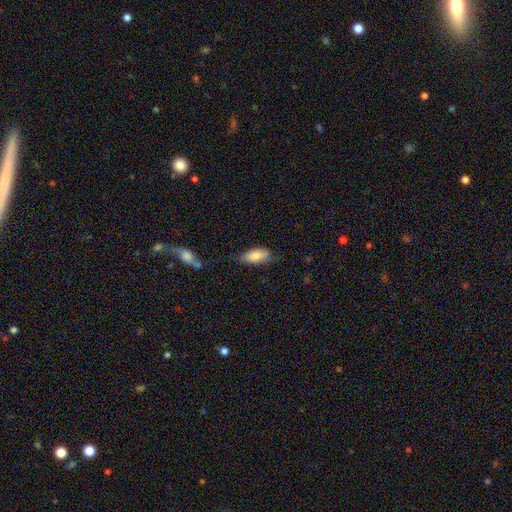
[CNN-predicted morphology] Q: Smooth or featured?
A: smooth (80%); runner-up: featured or disk (13%)
Q: How rounded?
A: in between (87%); runner-up: cigar-shaped (11%)
Q: Merging?
A: none (56%); runner-up: minor disturbance (33%)